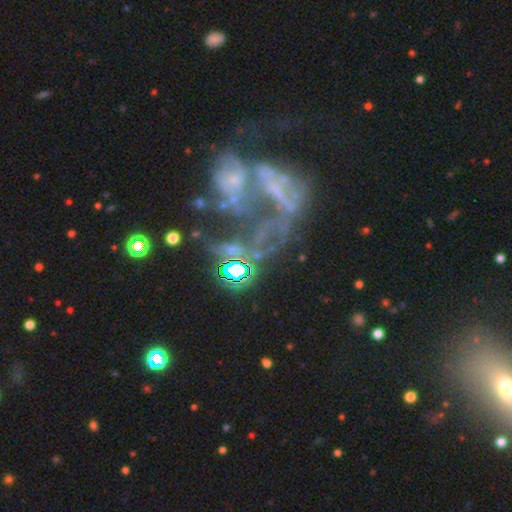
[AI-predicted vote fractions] This is possibly a featured or disk galaxy (59%). It is clearly not viewed edge-on (96%). Bar: likely no (76%). Spiral arm pattern: likely no (64%). Central bulge: likely none (66%). Merging: marginally merger (40%).